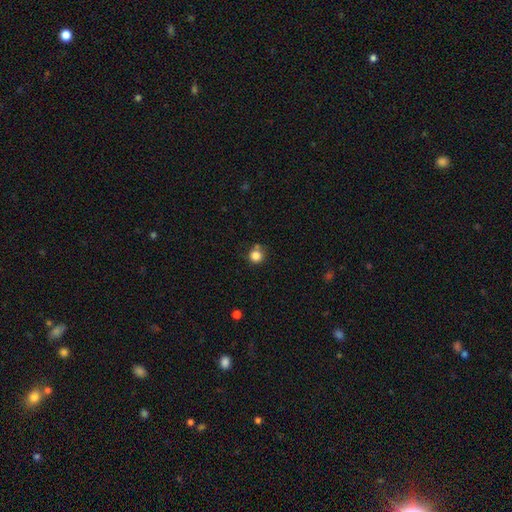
Morphology: type=smooth (87%); roundness=round (100%); merging=none (71%).